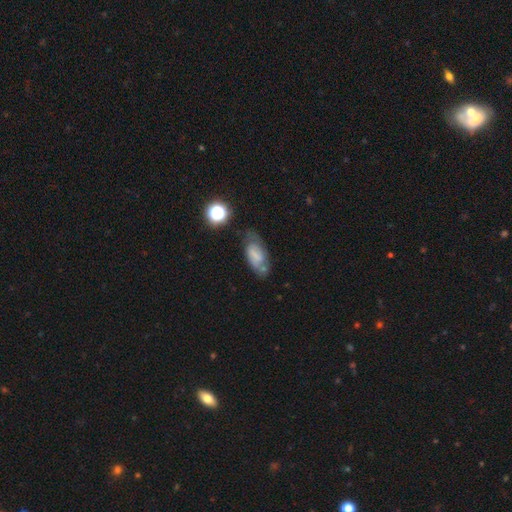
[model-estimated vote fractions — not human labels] Q: Smooth or featured?
A: smooth (46%); runner-up: featured or disk (43%)
Q: Merging?
A: none (54%); runner-up: minor disturbance (27%)